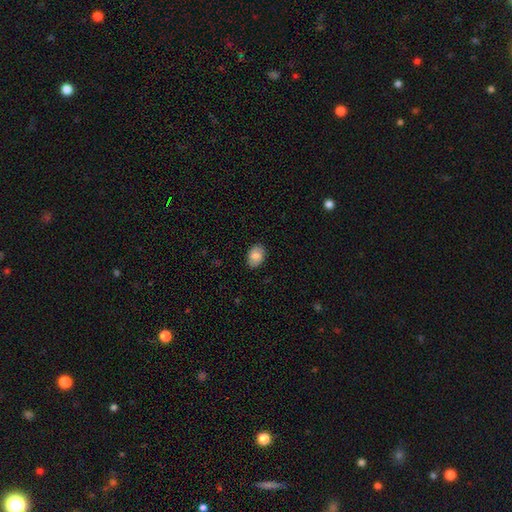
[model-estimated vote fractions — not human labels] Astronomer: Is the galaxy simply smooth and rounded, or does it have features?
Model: smooth — 86%.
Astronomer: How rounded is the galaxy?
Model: in between — 80%.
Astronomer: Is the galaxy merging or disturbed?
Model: none — 88%.